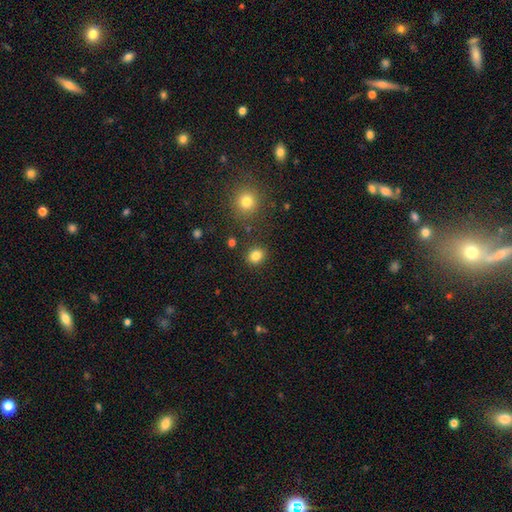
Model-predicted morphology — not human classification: smooth-or-featured: smooth: 83% | star or artifact: 12% | featured or disk: 5%
  how-rounded: round: 68% | in between: 31% | cigar-shaped: 1%
  merging: none: 86% | minor disturbance: 8% | merger: 3% | major disturbance: 3%